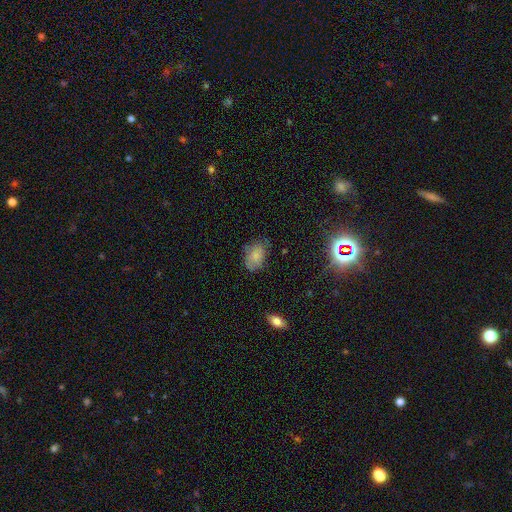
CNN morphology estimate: A smooth galaxy with no disk features (75%) that is in between round and cigar-shaped (83%). Merging: none (58%).